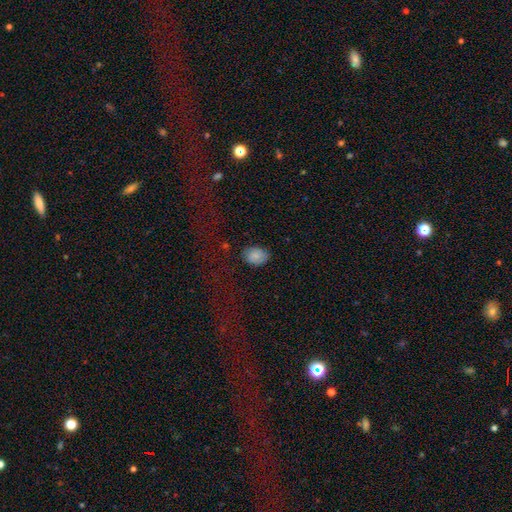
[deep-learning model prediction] Morphology: type=smooth (80%); roundness=in between (69%); merging=none (79%).